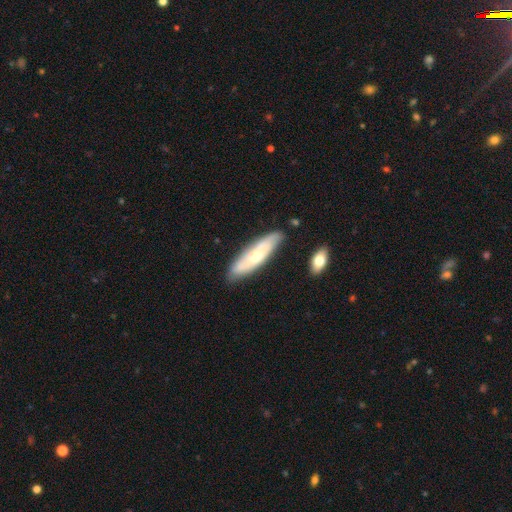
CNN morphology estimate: Smooth or featured?
  - smooth: 50% *
  - featured or disk: 44%
  - star or artifact: 6%
How rounded?
  - cigar-shaped: 65% *
  - in between: 34%
  - round: 2%
Merging?
  - none: 77% *
  - minor disturbance: 17%
  - merger: 3%
  - major disturbance: 3%